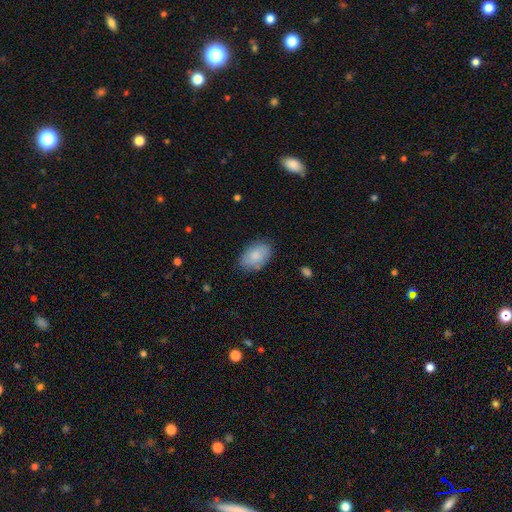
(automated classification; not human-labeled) Morphology: type=smooth (84%); roundness=in between (92%); merging=none (80%).